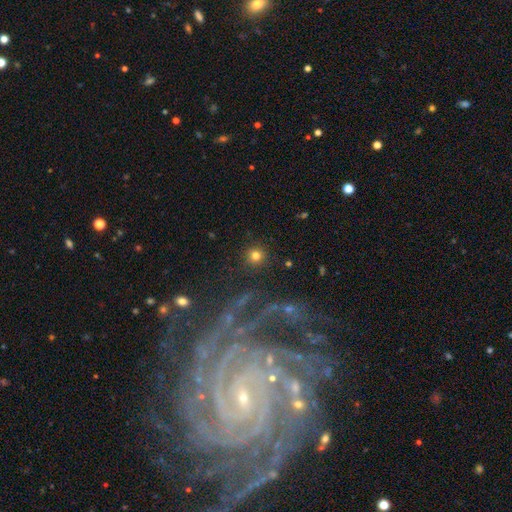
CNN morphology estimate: Smooth or featured?
  - smooth: 78% *
  - star or artifact: 14%
  - featured or disk: 8%
How rounded?
  - round: 94% *
  - in between: 5%
  - cigar-shaped: 1%
Merging?
  - none: 89% *
  - minor disturbance: 6%
  - major disturbance: 3%
  - merger: 2%